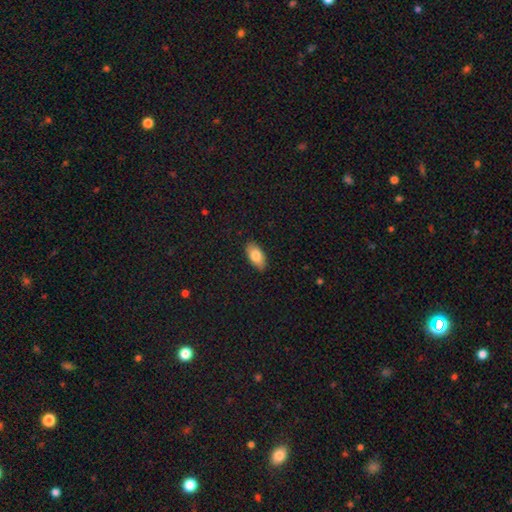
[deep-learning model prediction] Smooth or featured?
  - smooth: 82% *
  - featured or disk: 12%
  - star or artifact: 6%
How rounded?
  - in between: 93% *
  - cigar-shaped: 4%
  - round: 3%
Merging?
  - none: 88% *
  - minor disturbance: 9%
  - major disturbance: 2%
  - merger: 1%